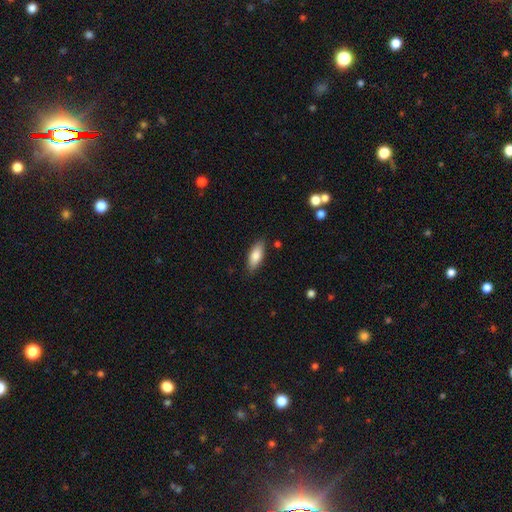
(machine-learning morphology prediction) Smooth or featured? smooth (81%)
How rounded? in between (73%)
Merging? none (84%)